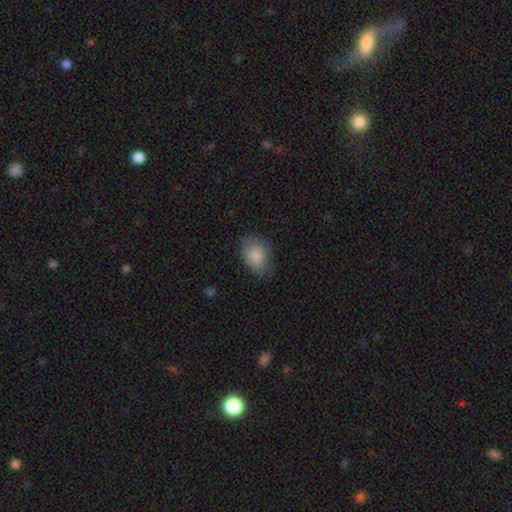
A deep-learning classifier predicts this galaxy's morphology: smooth 85%, featured or disk 8%, star or artifact 7%. Down the decision tree: how rounded — in between (73%); merging — none (68%).